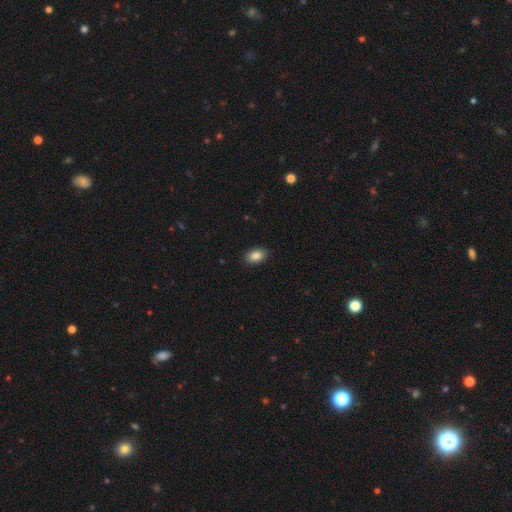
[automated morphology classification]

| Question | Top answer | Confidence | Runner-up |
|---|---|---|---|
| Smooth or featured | smooth | 87% | star or artifact (8%) |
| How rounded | in between | 89% | round (9%) |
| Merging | none | 90% | minor disturbance (7%) |